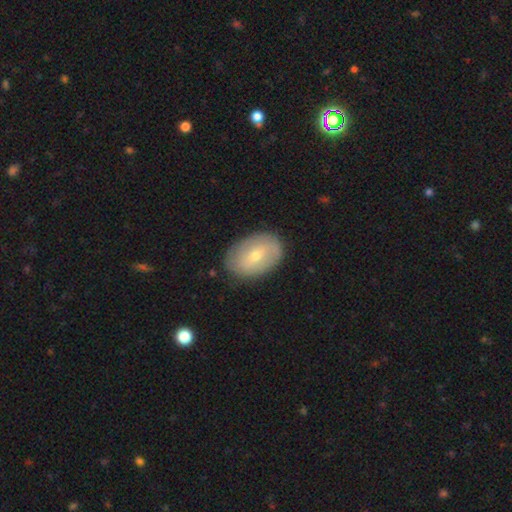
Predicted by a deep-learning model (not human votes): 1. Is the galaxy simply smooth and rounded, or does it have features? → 49% smooth, 45% featured or disk, 7% star or artifact.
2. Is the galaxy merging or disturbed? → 83% none, 13% minor disturbance, 3% major disturbance, 1% merger.